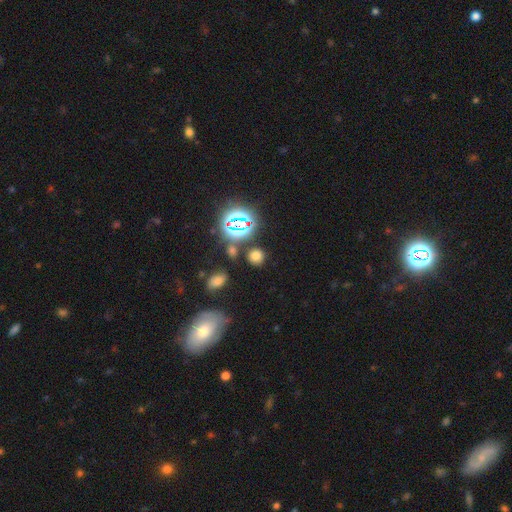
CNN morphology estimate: smooth-or-featured: smooth: 64% | star or artifact: 30% | featured or disk: 6%
  how-rounded: round: 83% | in between: 15% | cigar-shaped: 1%
  merging: none: 83% | minor disturbance: 9% | merger: 5% | major disturbance: 4%